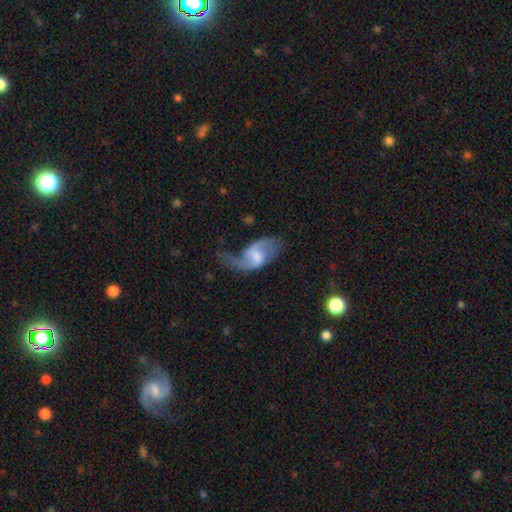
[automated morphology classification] smooth_or_featured: featured or disk (p=0.75) [alt: smooth p=0.19]
disk_edge_on: no (p=0.97) [alt: yes p=0.03]
bar: weak (p=0.57) [alt: no p=0.24]
has_spiral_arms: yes (p=0.90) [alt: no p=0.10]
spiral_winding: loose (p=0.67) [alt: medium p=0.27]
spiral_arm_count: 2 (p=0.75) [alt: 1 p=0.17]
bulge_size: moderate (p=0.38) [alt: small p=0.28]
merging: none (p=0.37) [alt: major disturbance p=0.34]